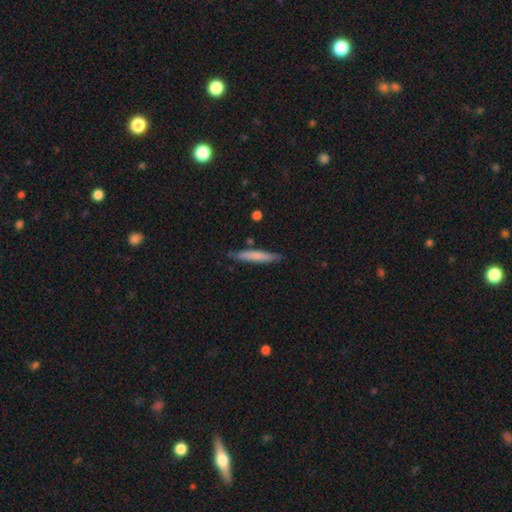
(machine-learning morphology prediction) A smooth galaxy with no disk features (71%) that is cigar-shaped (94%). Merging: none (84%).